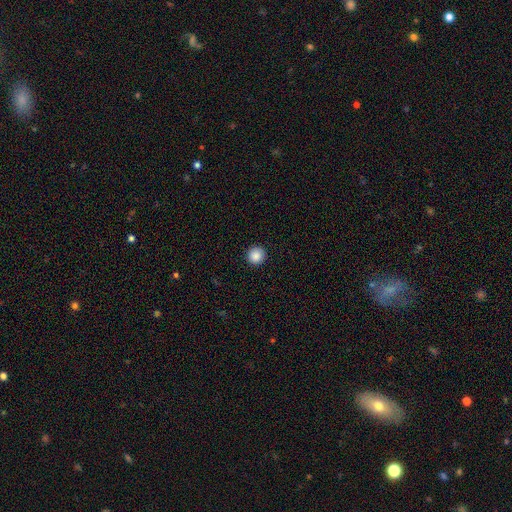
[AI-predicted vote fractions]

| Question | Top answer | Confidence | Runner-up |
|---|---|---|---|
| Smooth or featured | smooth | 87% | star or artifact (9%) |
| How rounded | round | 96% | in between (3%) |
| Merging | none | 93% | minor disturbance (5%) |